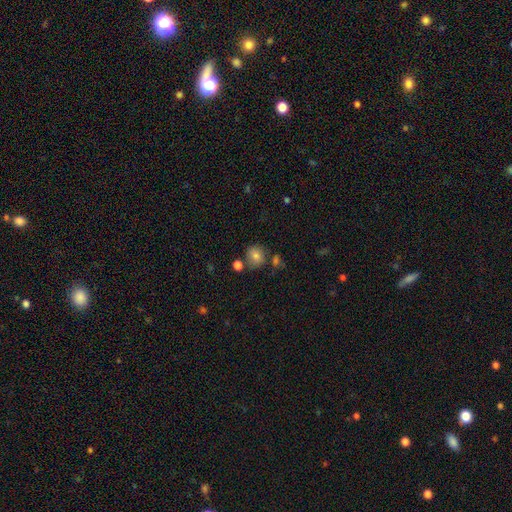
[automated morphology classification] Smooth or featured? Predicted: smooth (p=0.80). How rounded? Predicted: round (p=0.79). Merging? Predicted: none (p=0.73).